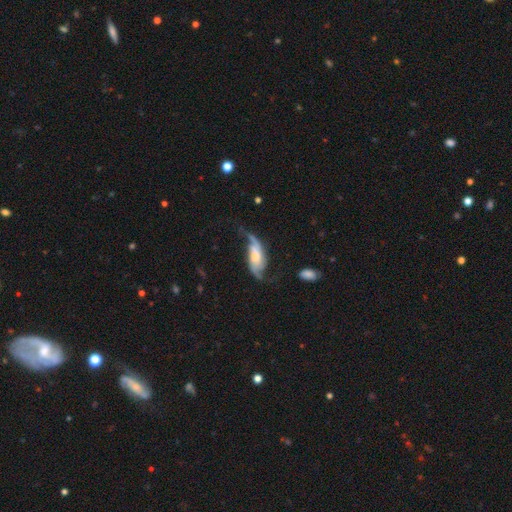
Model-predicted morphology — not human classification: smooth-or-featured: featured or disk: 80% | smooth: 14% | star or artifact: 6%
  disk-edge-on: no: 90% | yes: 10%
    bar: no: 48% | weak: 35% | strong: 18%
    has-spiral-arms: yes: 94% | no: 6%
      spiral-winding: loose: 75% | medium: 19% | tight: 6%
      spiral-arm-count: 2: 87% | 1: 5% | can't tell: 4% | 3: 2% | 4: 1% | more than 4: 1%
    bulge-size: moderate: 48% | small: 31% | large: 12% | none: 7% | dominant: 2%
  merging: none: 52% | minor disturbance: 22% | major disturbance: 21% | merger: 5%